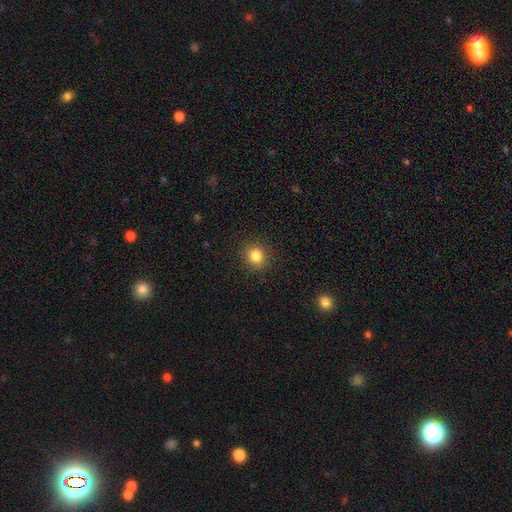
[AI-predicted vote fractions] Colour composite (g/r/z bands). It shows a smooth galaxy with no disk features (83%) that is round (83%). Merging: none (90%).